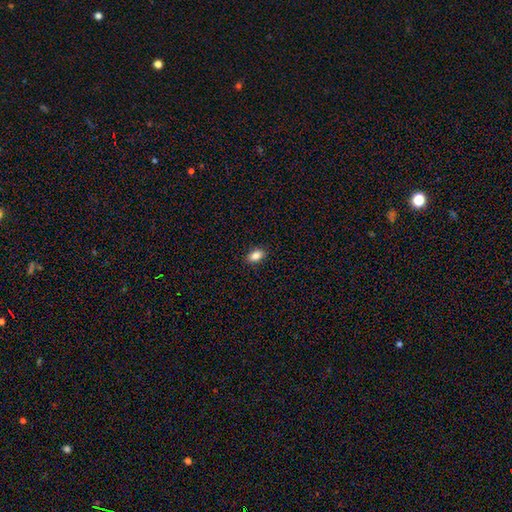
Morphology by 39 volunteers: Smooth or featured? 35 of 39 (90%) said smooth. How rounded? 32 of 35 (91%) said in between. Merging? 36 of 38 (95%) said none.